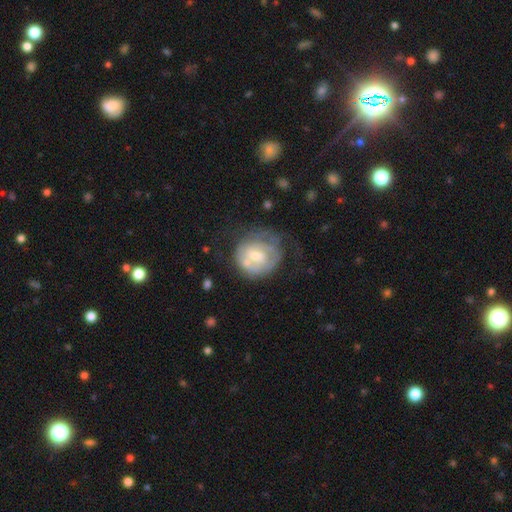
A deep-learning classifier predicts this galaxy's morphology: The model was most divided on "bar": no: 49%, weak: 43%, strong: 9%. Remaining: edge-on disk — no (97%); spiral arms — yes (67%); smooth or featured — featured or disk (63%); bulge size — moderate (48%); merging — none (42%).